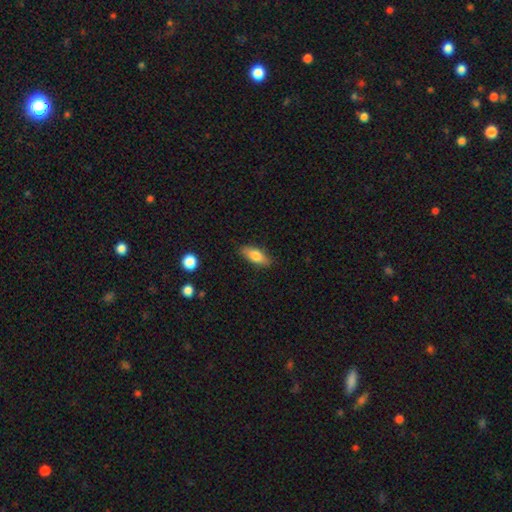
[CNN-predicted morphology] A smooth galaxy with no disk features (75%) that is in between round and cigar-shaped (75%). Merging: none (85%).